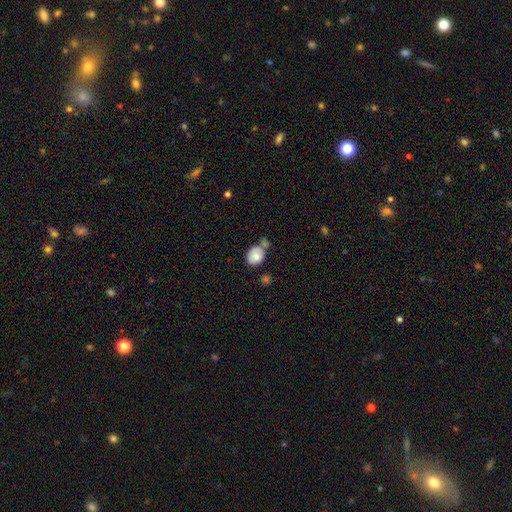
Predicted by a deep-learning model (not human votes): Morphology: type=smooth (79%); roundness=round (55%); merging=none (47%).